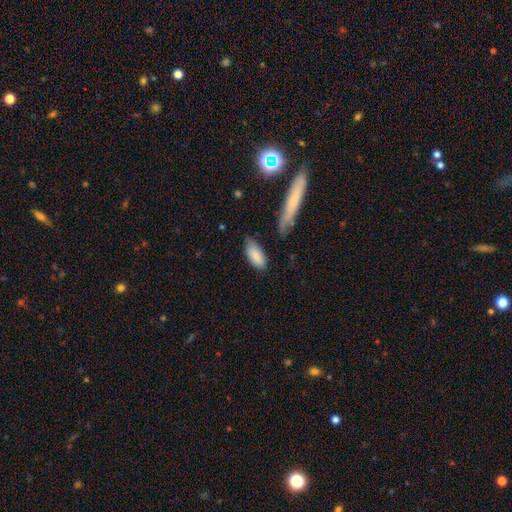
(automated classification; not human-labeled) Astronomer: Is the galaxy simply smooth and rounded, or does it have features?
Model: smooth — 87%.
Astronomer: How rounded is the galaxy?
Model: in between — 87%.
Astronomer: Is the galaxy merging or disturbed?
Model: none — 68%.